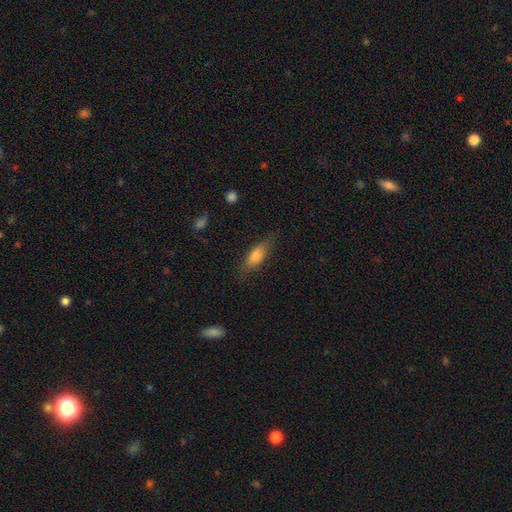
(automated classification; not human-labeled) A smooth galaxy with no disk features (74%) that is in between round and cigar-shaped (58%).

Vote fractions:
- Smooth or featured? smooth: 74% / featured or disk: 19% / star or artifact: 8%
- How rounded? in between: 58% / cigar-shaped: 39% / round: 3%
- Merging? none: 76% / minor disturbance: 18% / major disturbance: 5% / merger: 1%